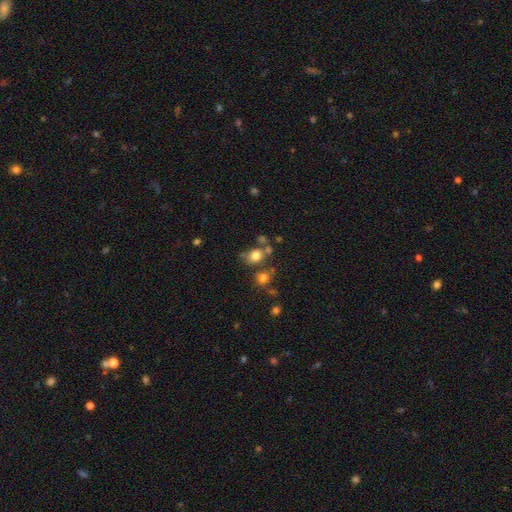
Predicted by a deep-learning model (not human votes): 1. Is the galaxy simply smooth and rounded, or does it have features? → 76% smooth, 13% star or artifact, 11% featured or disk.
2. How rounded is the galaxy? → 57% round, 42% in between, 1% cigar-shaped.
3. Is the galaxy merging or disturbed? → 57% none, 21% merger, 15% minor disturbance, 7% major disturbance.